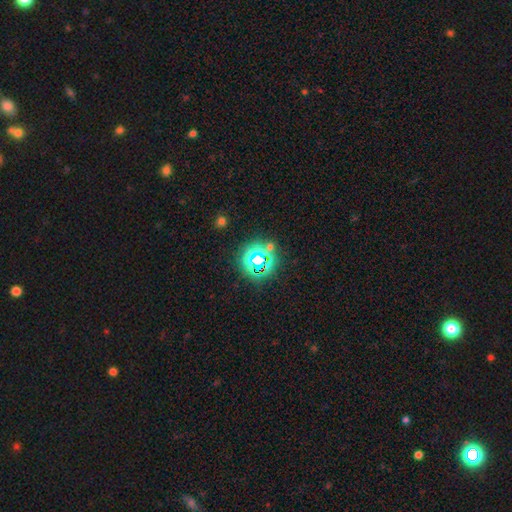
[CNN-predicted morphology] Smooth or featured?
  - star or artifact: 70% *
  - smooth: 21%
  - featured or disk: 9%